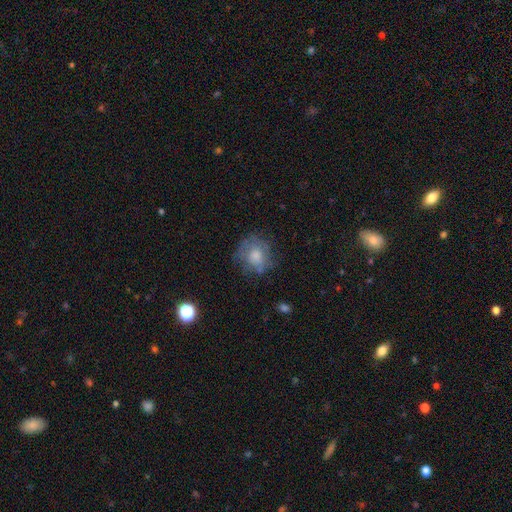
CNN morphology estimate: This appears to be a smooth galaxy with no disk features (64%) that is round (79%). Merging: none (59%).